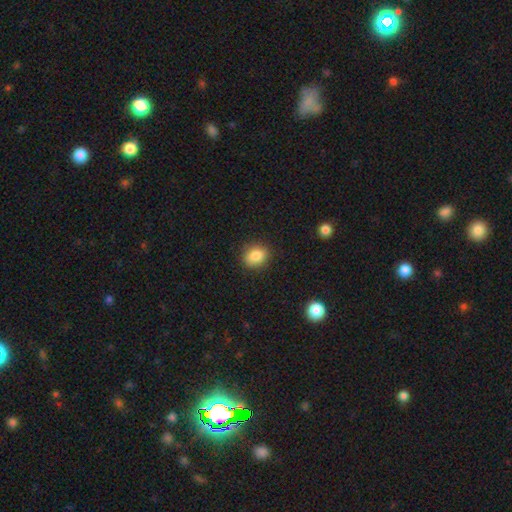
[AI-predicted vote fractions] This appears to be a smooth galaxy with no disk features (85%) that is round (57%). Merging: none (87%).